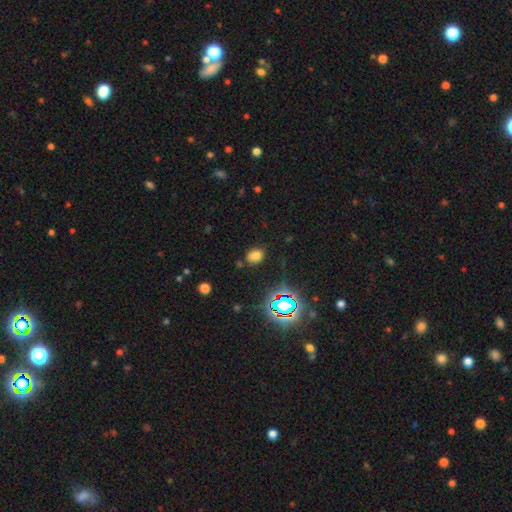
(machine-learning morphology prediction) This is likely a smooth galaxy (69%). How rounded: possibly in between (58%). Merging: likely none (75%).